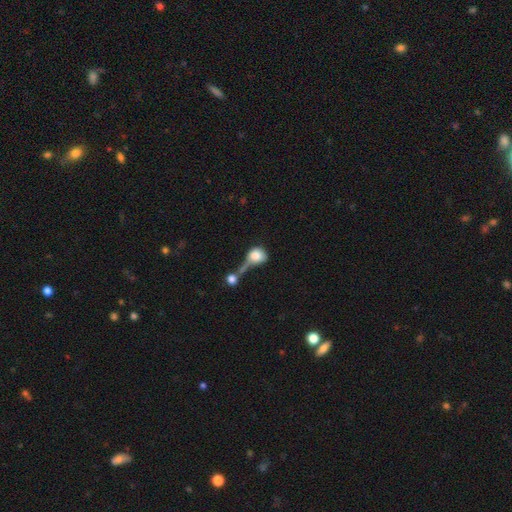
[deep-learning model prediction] A smooth galaxy with no disk features (77%) that is round (66%). Merging: merger (50%).